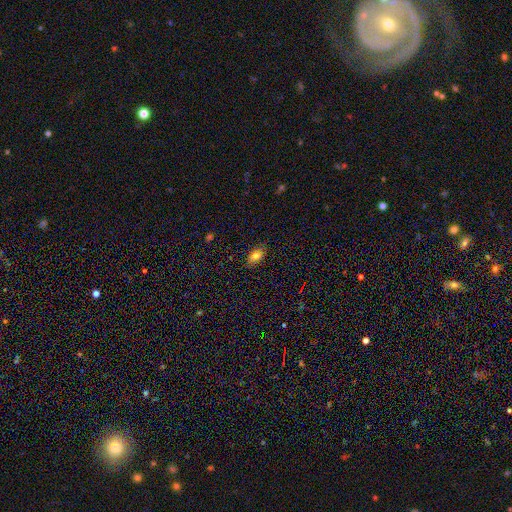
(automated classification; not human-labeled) A smooth galaxy with no disk features (78%) that is in between round and cigar-shaped (89%).

Vote fractions:
- Smooth or featured? smooth: 78% / featured or disk: 13% / star or artifact: 10%
- How rounded? in between: 89% / round: 7% / cigar-shaped: 4%
- Merging? none: 84% / minor disturbance: 13% / major disturbance: 2% / merger: 1%